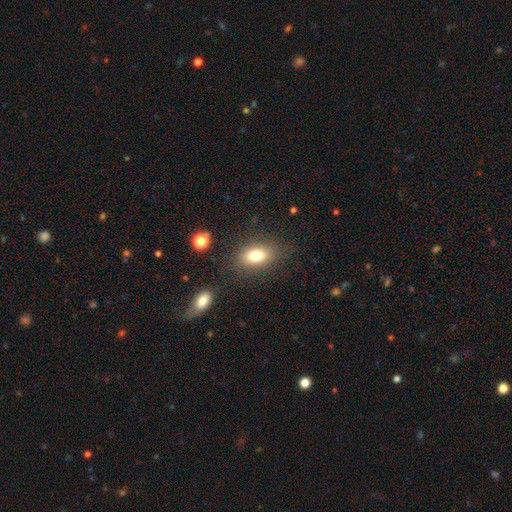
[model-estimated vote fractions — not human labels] A smooth galaxy with no disk features (79%) that is in between round and cigar-shaped (86%).

Vote fractions:
- Smooth or featured? smooth: 79% / featured or disk: 12% / star or artifact: 9%
- How rounded? in between: 86% / round: 11% / cigar-shaped: 3%
- Merging? none: 81% / minor disturbance: 12% / major disturbance: 5% / merger: 2%